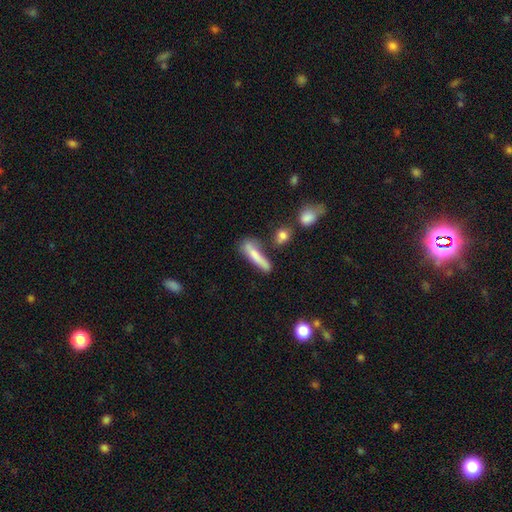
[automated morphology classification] Overall: smooth (70%). How rounded: cigar-shaped (81%). Merging: none (50%; minor disturbance 24%).